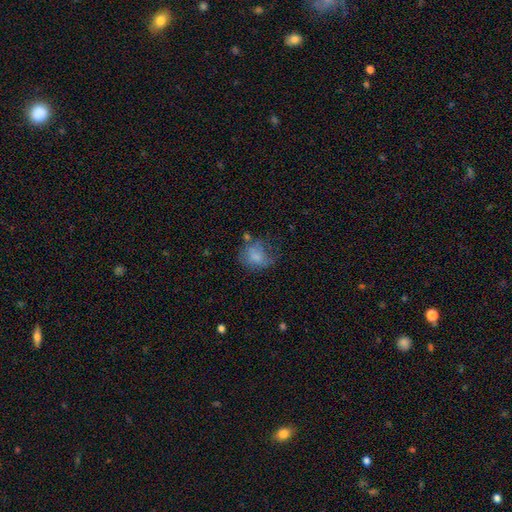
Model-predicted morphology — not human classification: Smooth or featured?
  - smooth: 72% *
  - featured or disk: 18%
  - star or artifact: 11%
How rounded?
  - round: 59% *
  - in between: 40%
  - cigar-shaped: 1%
Merging?
  - none: 43% *
  - minor disturbance: 27%
  - major disturbance: 23%
  - merger: 7%